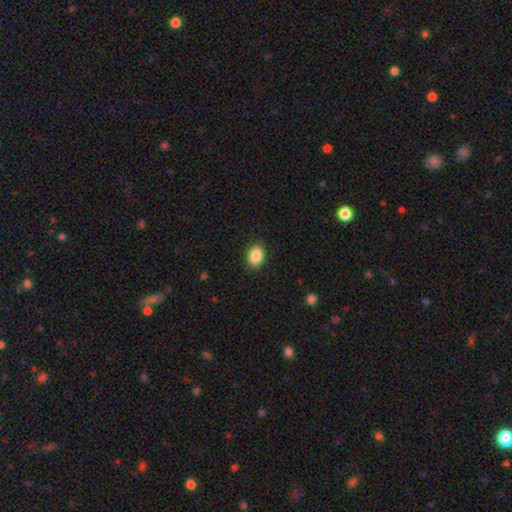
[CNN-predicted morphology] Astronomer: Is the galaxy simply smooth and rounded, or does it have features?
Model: smooth — 88%.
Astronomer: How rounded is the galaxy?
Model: in between — 73%.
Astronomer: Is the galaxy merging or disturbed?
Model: none — 89%.